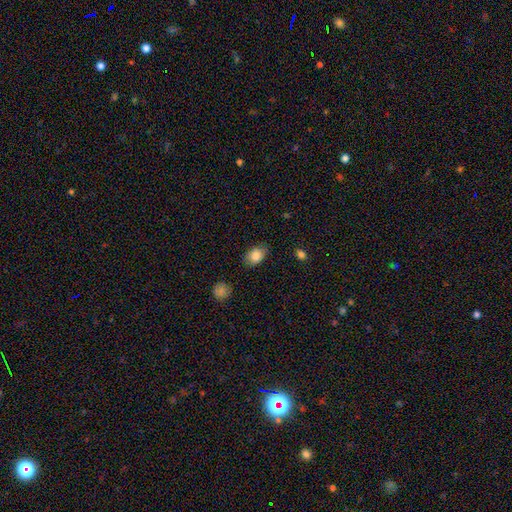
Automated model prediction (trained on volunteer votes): Smooth or featured: smooth — 84% (star or artifact — 8%)
How rounded: in between — 78% (round — 21%)
Merging: none — 80% (minor disturbance — 16%)